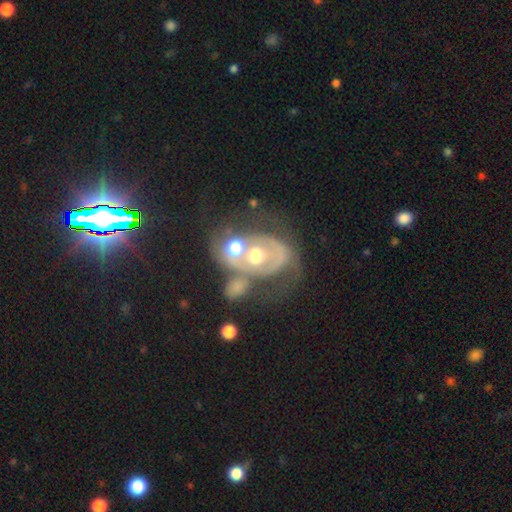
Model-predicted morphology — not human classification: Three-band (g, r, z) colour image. It shows a featured or disk galaxy (65%) with no bar (80%), no spiral arms (58%) and a moderate central bulge (70%). Merging: merger (41%).